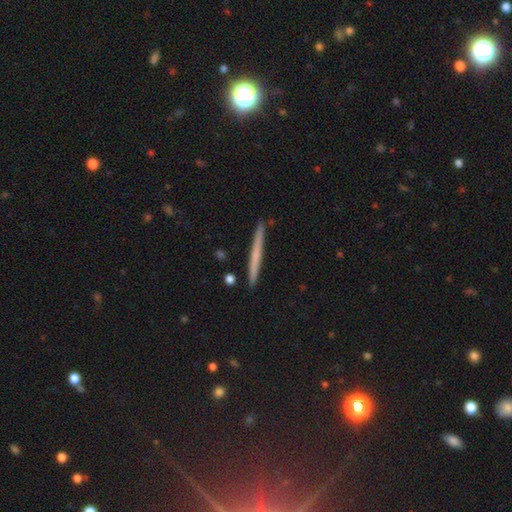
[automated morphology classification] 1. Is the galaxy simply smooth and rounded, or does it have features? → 54% smooth, 41% featured or disk, 6% star or artifact.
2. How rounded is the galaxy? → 97% cigar-shaped, 2% in between, 1% round.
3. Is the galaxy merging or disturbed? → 91% none, 6% minor disturbance, 1% merger, 1% major disturbance.